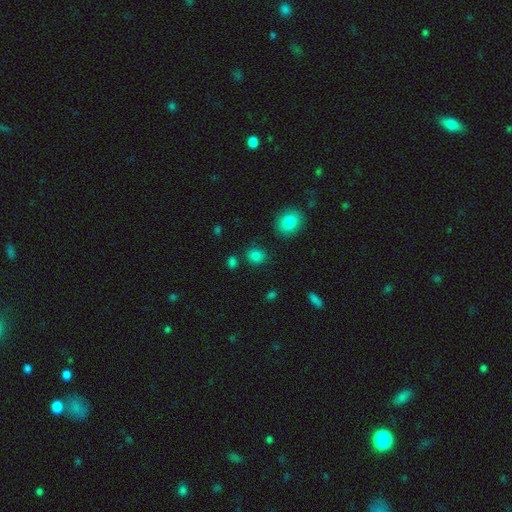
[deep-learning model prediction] A smooth galaxy with no disk features (84%) that is round (72%).

Vote fractions:
- Smooth or featured? smooth: 84% / star or artifact: 12% / featured or disk: 4%
- How rounded? round: 72% / in between: 27% / cigar-shaped: 1%
- Merging? none: 83% / minor disturbance: 9% / merger: 5% / major disturbance: 3%